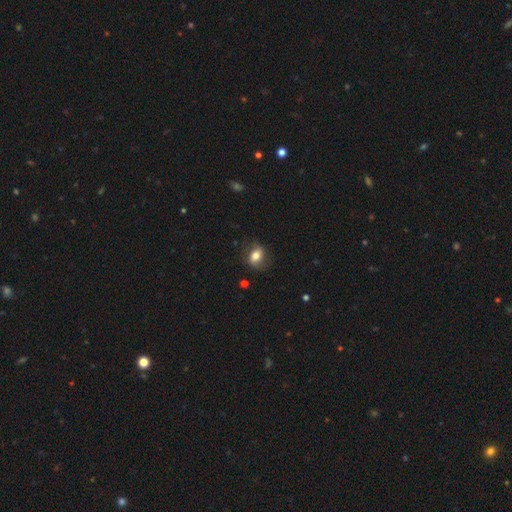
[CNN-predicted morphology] The model was most divided on "how rounded": in between: 66%, round: 32%, cigar-shaped: 2%. More confident: merging — none (71%); smooth or featured — smooth (66%).